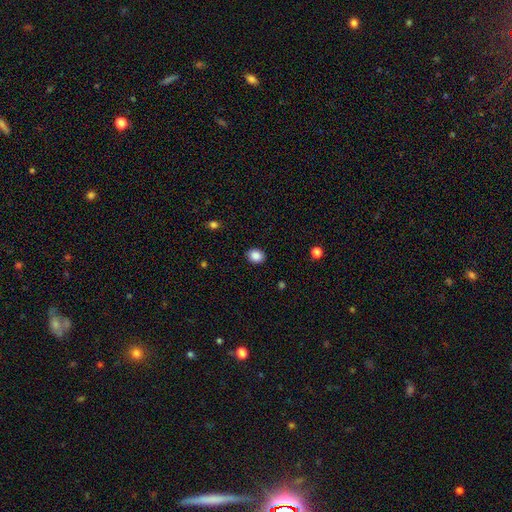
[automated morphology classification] This appears to be a smooth galaxy with no disk features (87%) that is round (52%). Merging: none (89%).